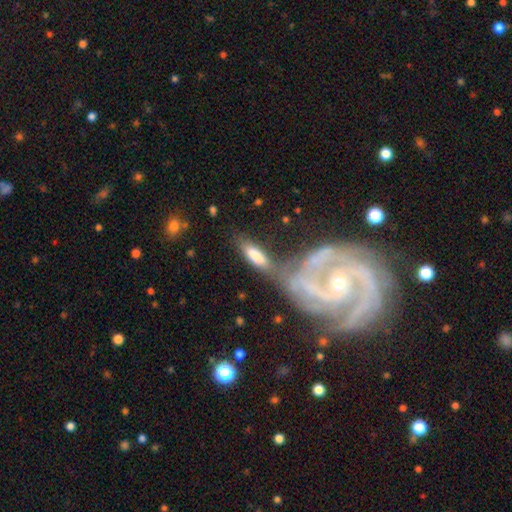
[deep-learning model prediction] Q: Smooth or featured?
A: smooth (74%); runner-up: featured or disk (19%)
Q: How rounded?
A: in between (67%); runner-up: cigar-shaped (31%)
Q: Merging?
A: merger (40%); runner-up: none (37%)